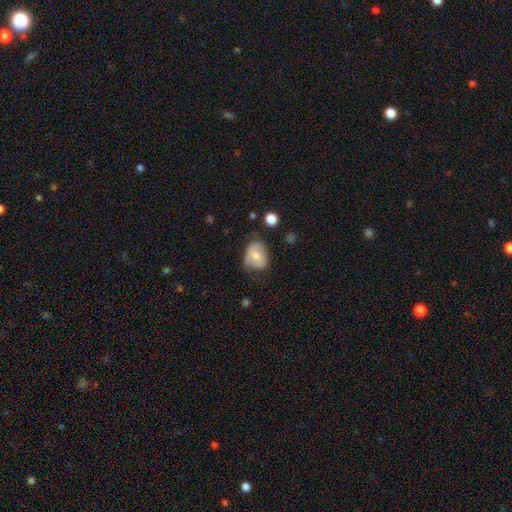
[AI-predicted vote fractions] smooth 58%, featured or disk 34%, star or artifact 7%. Down the decision tree: how rounded — in between (61%); merging — none (42%).